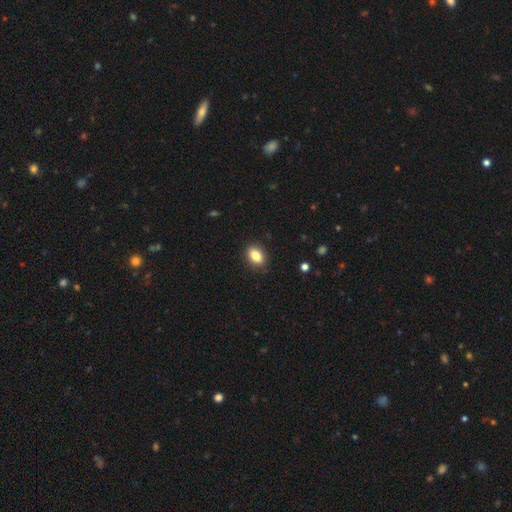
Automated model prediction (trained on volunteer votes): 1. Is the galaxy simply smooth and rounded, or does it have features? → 86% smooth, 8% star or artifact, 6% featured or disk.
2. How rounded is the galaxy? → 82% in between, 16% round, 2% cigar-shaped.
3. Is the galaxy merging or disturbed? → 88% none, 9% minor disturbance, 2% major disturbance, 1% merger.